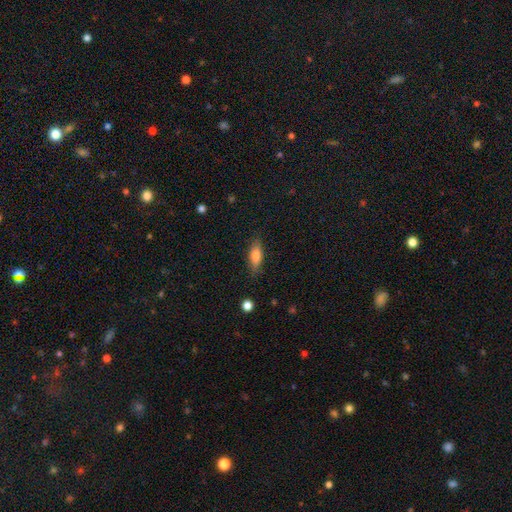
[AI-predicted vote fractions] Smooth or featured?
  - smooth: 74% *
  - featured or disk: 19%
  - star or artifact: 7%
How rounded?
  - in between: 61% *
  - cigar-shaped: 35%
  - round: 3%
Merging?
  - none: 83% *
  - minor disturbance: 12%
  - major disturbance: 3%
  - merger: 1%